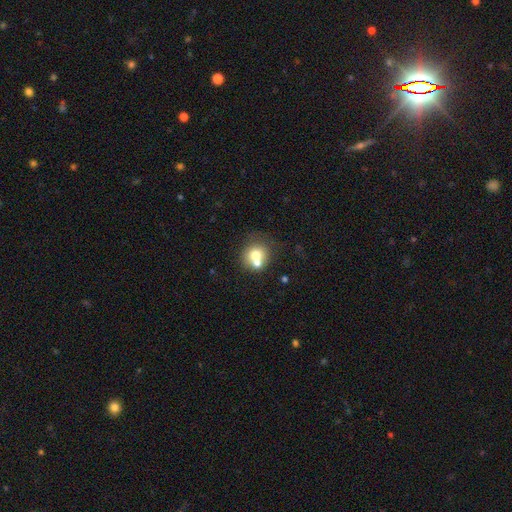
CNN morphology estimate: Smooth or featured? Predicted: smooth (p=0.67). How rounded? Predicted: round (p=0.81). Merging? Predicted: merger (p=0.46).